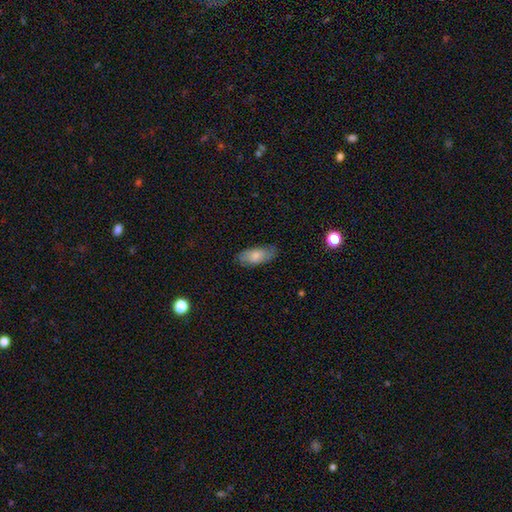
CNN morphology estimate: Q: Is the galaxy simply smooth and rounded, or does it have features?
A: smooth — 73%.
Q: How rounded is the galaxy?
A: in between — 87%.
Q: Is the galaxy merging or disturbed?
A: none — 79%.